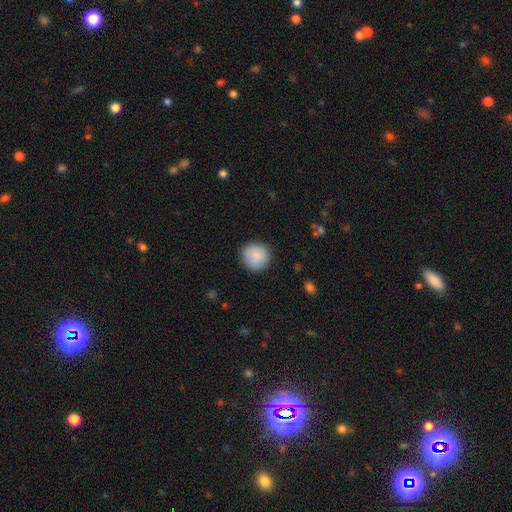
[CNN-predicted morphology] Smooth or featured? Predicted: smooth (p=0.88). How rounded? Predicted: round (p=0.92). Merging? Predicted: none (p=0.87).